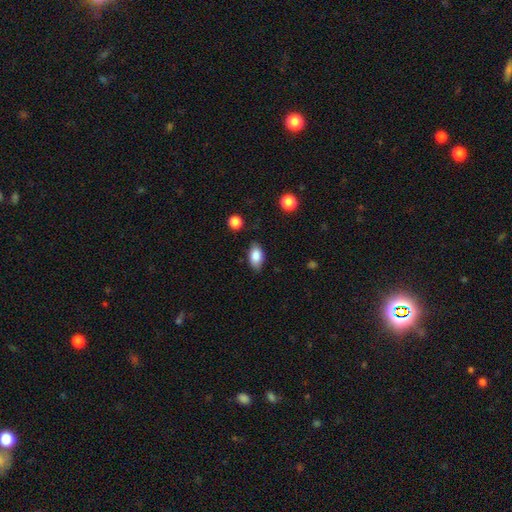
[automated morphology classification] A smooth galaxy with no disk features (84%) that is in between round and cigar-shaped (90%). Merging: none (82%).